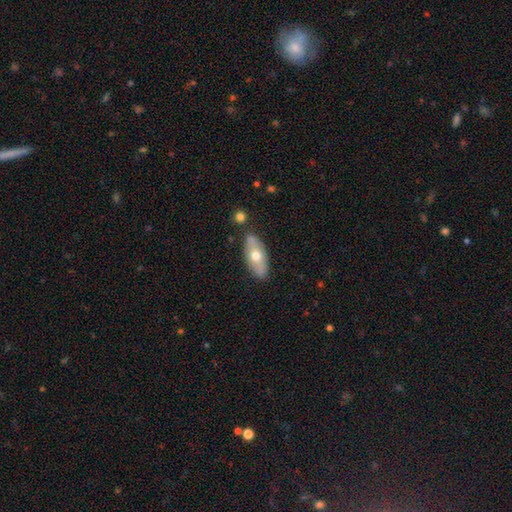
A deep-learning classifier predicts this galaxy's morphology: smooth-or-featured: smooth: 56% | featured or disk: 38% | star or artifact: 6%
  how-rounded: in between: 83% | cigar-shaped: 13% | round: 4%
  merging: none: 79% | minor disturbance: 13% | merger: 5% | major disturbance: 3%